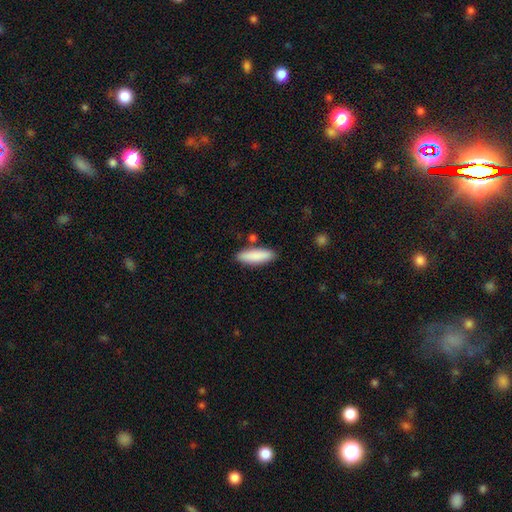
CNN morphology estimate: A smooth galaxy with no disk features (87%) that is cigar-shaped (54%).

Vote fractions:
- Smooth or featured? smooth: 87% / featured or disk: 7% / star or artifact: 6%
- How rounded? cigar-shaped: 54% / in between: 45% / round: 2%
- Merging? none: 83% / minor disturbance: 10% / merger: 5% / major disturbance: 2%